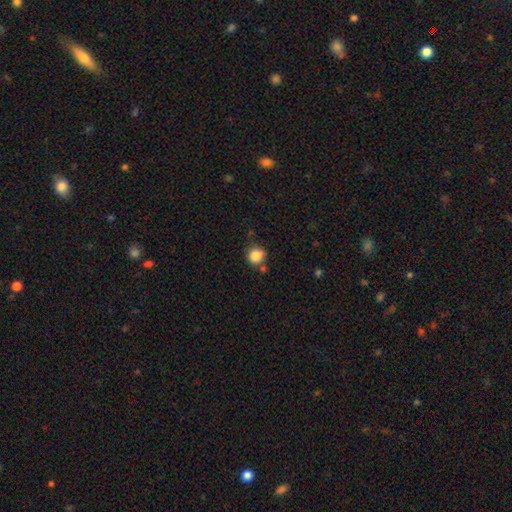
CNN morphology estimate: Smooth or featured: smooth — 86% (star or artifact — 10%)
How rounded: round — 90% (in between — 9%)
Merging: none — 77% (minor disturbance — 12%)